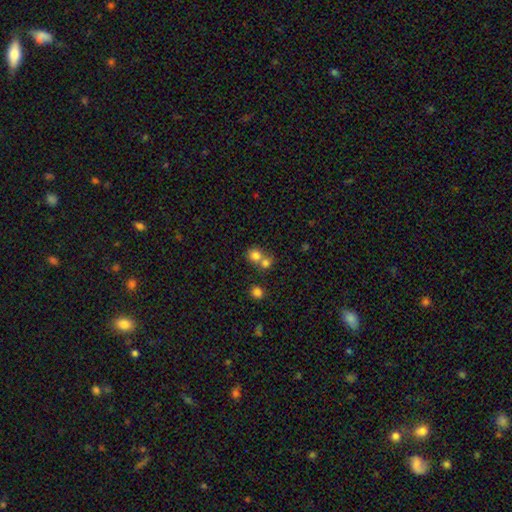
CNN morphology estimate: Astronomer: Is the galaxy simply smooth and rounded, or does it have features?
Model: smooth — 79%.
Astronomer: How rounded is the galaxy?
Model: round — 82%.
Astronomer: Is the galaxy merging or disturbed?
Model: merger — 47% (runner-up: none, 44%).